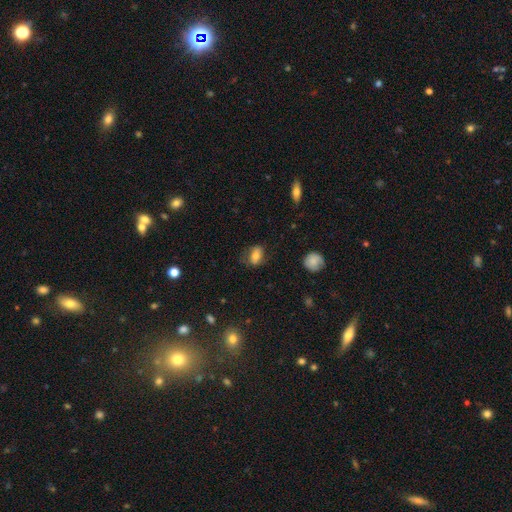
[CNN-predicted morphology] A smooth galaxy with no disk features (73%) that is in between round and cigar-shaped (80%). Merging: none (67%).